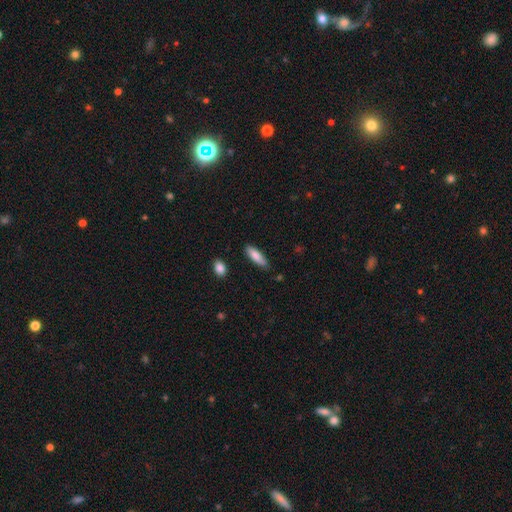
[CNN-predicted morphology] smooth 81%, featured or disk 13%, star or artifact 6%. Down the decision tree: how rounded — cigar-shaped (59%); merging — none (82%).